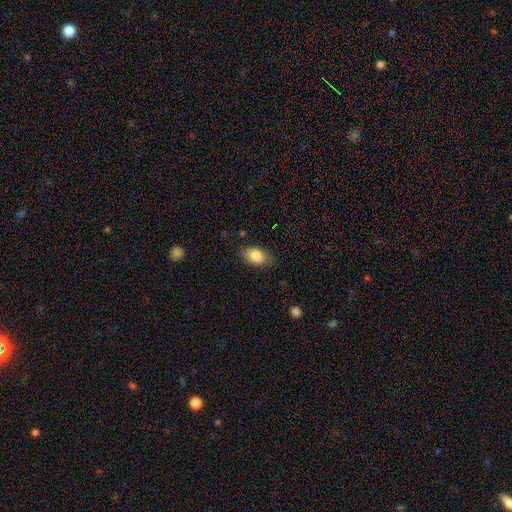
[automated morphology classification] This is clearly a smooth galaxy (83%). How rounded: clearly in between (87%). Merging: likely none (80%).